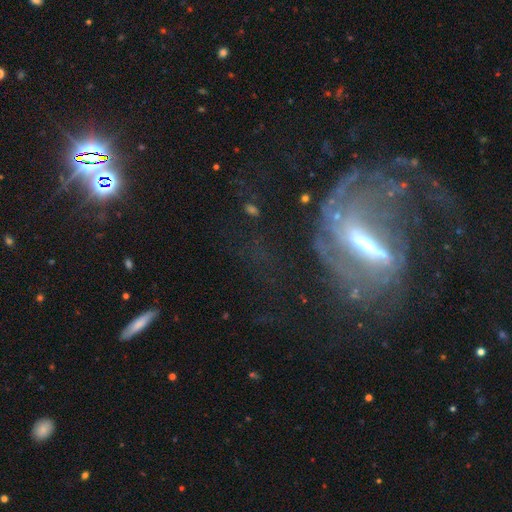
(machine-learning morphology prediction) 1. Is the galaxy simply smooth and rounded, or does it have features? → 77% featured or disk, 13% star or artifact, 10% smooth.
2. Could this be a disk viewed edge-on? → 80% no, 20% yes.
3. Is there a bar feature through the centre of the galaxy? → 62% strong, 24% weak, 13% no.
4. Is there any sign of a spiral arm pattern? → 73% yes, 27% no.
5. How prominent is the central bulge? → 47% moderate, 35% small, 8% large, 7% none, 2% dominant.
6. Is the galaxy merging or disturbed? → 41% major disturbance, 37% none, 15% minor disturbance, 6% merger.